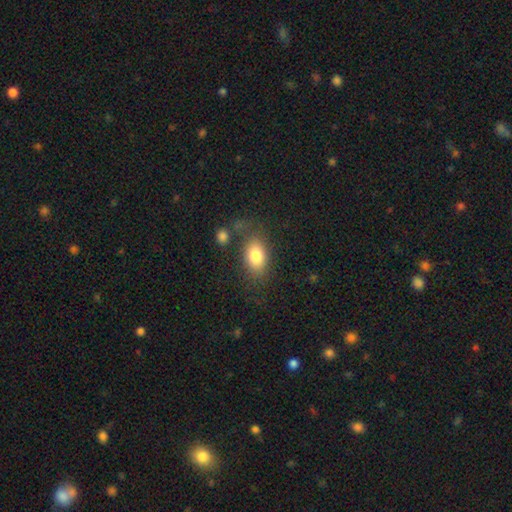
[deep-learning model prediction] This is clearly a smooth galaxy (81%). How rounded: clearly in between (85%). Merging: likely none (71%).